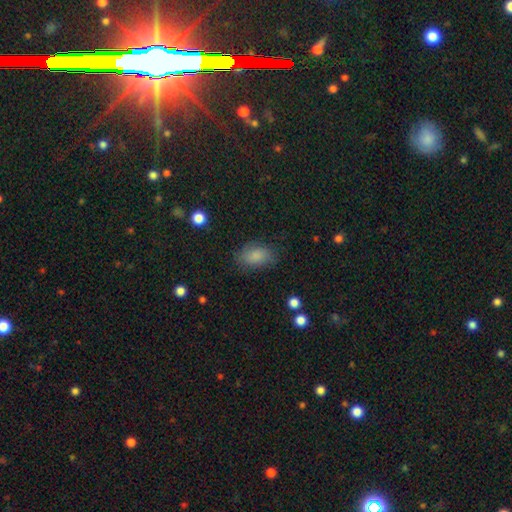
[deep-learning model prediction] smooth-or-featured: smooth: 81% | star or artifact: 9% | featured or disk: 9%
  how-rounded: in between: 87% | round: 11% | cigar-shaped: 2%
  merging: none: 75% | minor disturbance: 17% | major disturbance: 6% | merger: 1%